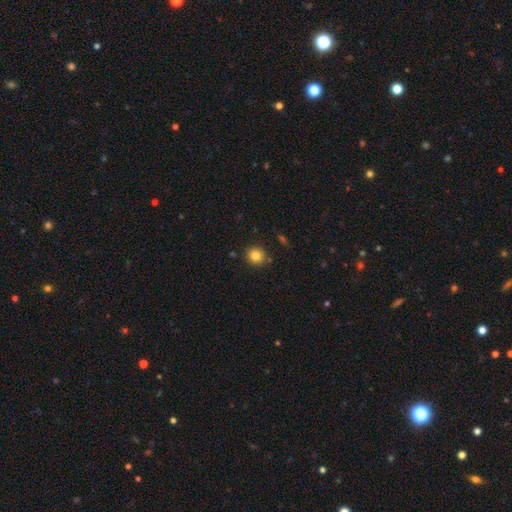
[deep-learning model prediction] Morphology: type=smooth (83%); roundness=round (89%); merging=none (86%).